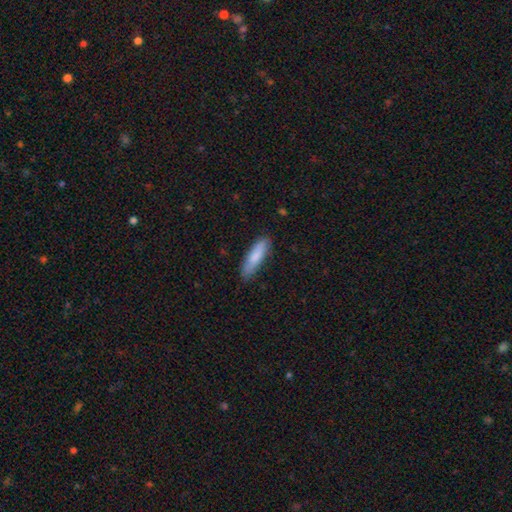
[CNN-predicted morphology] Overall: smooth (81%). How rounded: cigar-shaped (65%; in between 33%). Merging: none (83%).